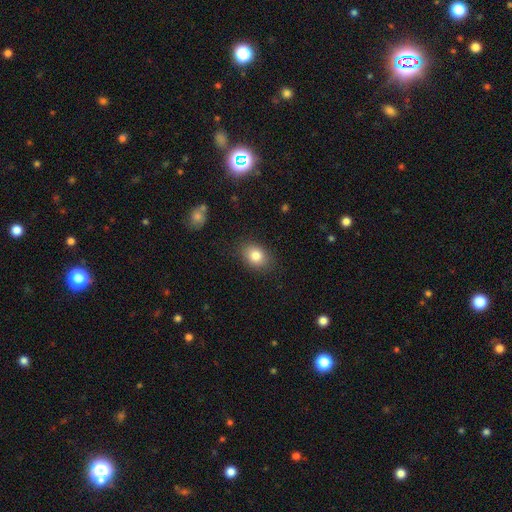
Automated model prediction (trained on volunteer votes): Overall: smooth (82%). How rounded: in between (65%; round 34%). Merging: none (84%).